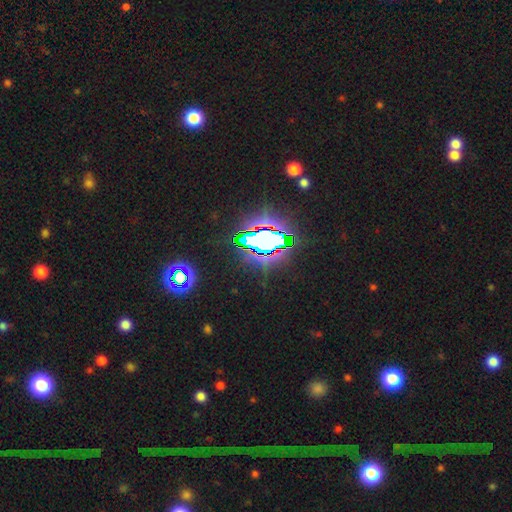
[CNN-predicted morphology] smooth-or-featured: star or artifact: 84% | smooth: 9% | featured or disk: 7%